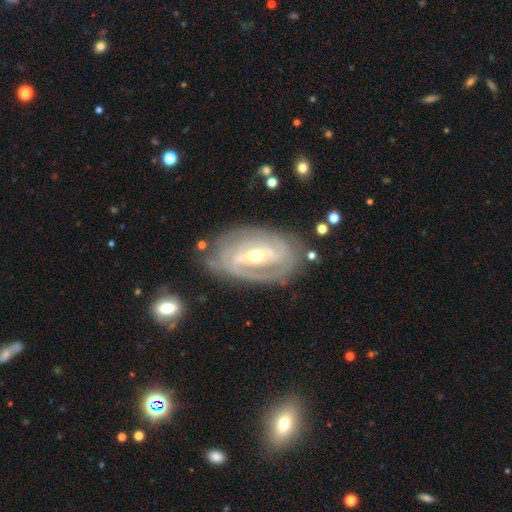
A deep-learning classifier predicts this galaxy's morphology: This is clearly a featured or disk galaxy (86%). It is clearly not viewed edge-on (94%). Bar: possibly strong (47%). Spiral arm pattern: clearly yes (90%). Spiral arm count: possibly 2 (47%). Spiral winding: likely tight (65%). Central bulge: possibly moderate (54%). Merging: likely none (73%).